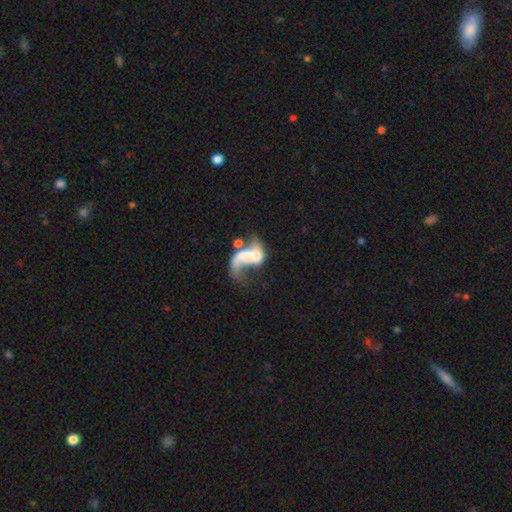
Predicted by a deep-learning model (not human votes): smooth_or_featured: featured or disk (p=0.61) [alt: smooth p=0.30]
disk_edge_on: no (p=0.97) [alt: yes p=0.03]
bar: no (p=0.68) [alt: weak p=0.20]
has_spiral_arms: yes (p=0.53) [alt: no p=0.47]
bulge_size: none (p=0.50) [alt: small p=0.16]
merging: merger (p=0.40) [alt: major disturbance p=0.37]